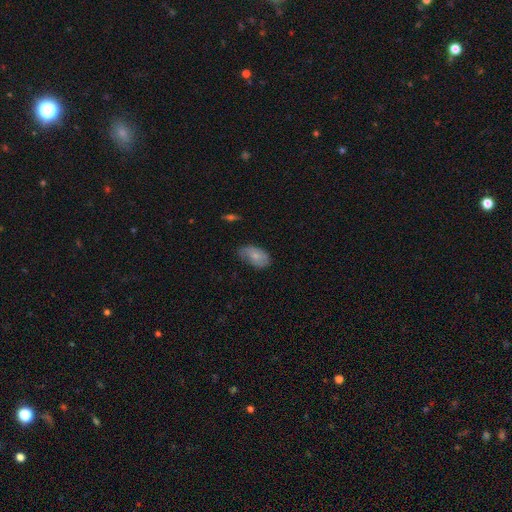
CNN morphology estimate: A smooth galaxy with no disk features (75%) that is in between round and cigar-shaped (93%). Merging: none (56%).